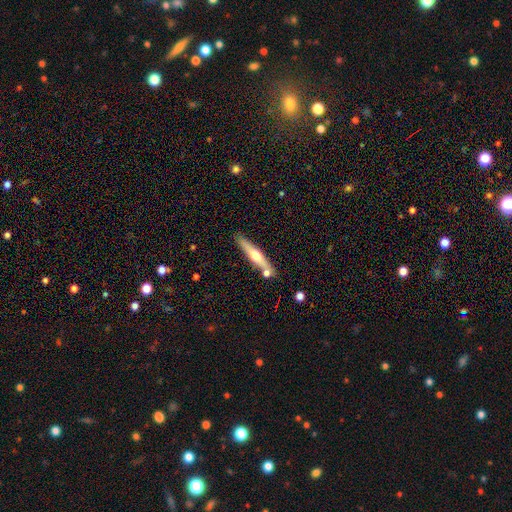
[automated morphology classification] The model was most divided on "smooth or featured": featured or disk: 54%, smooth: 41%, star or artifact: 6%. More confident: edge-on disk — yes (94%); edge-on bulge — rounded (90%); merging — none (77%).